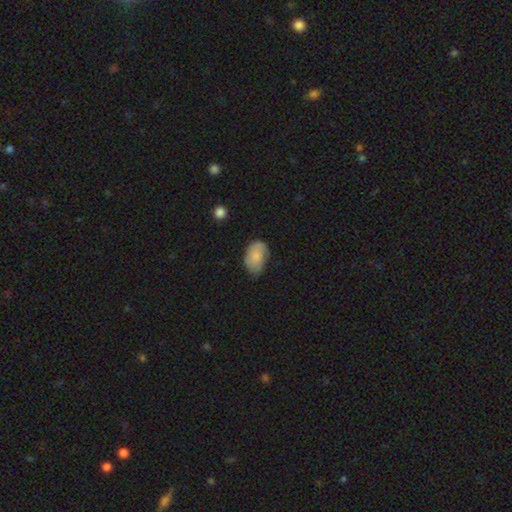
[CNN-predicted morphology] Smooth or featured: smooth — 79% (featured or disk — 14%)
How rounded: in between — 89% (round — 10%)
Merging: none — 50% (minor disturbance — 39%)